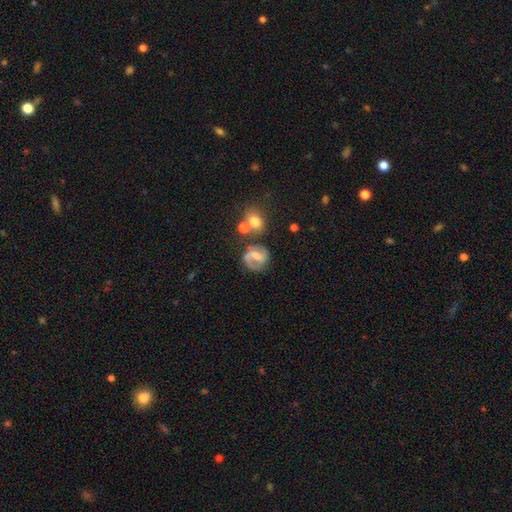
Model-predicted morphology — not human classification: A featured or disk galaxy (68%) with a weak bar (47%), 2 (82%) medium (50%) spiral arms (87%) and a moderate central bulge (50%). Merging: none (65%).